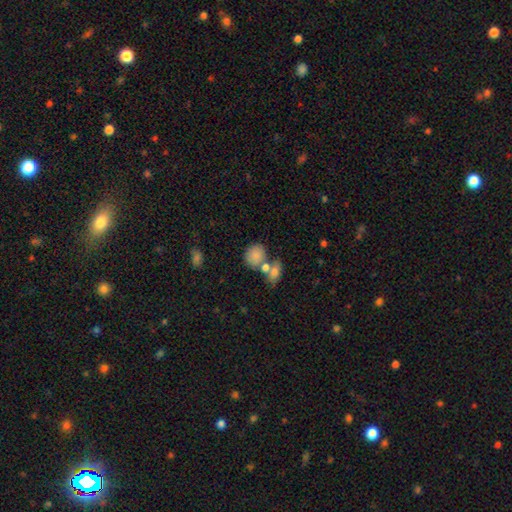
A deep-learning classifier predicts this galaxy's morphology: Smooth or featured? smooth (82%)
How rounded? round (63%)
Merging? none (46%)